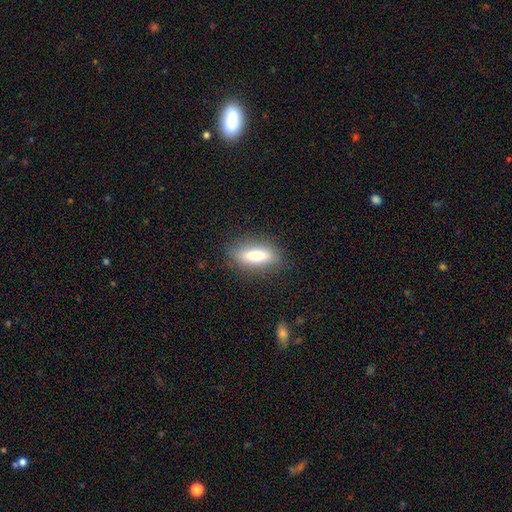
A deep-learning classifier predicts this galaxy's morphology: Smooth or featured: smooth — 70% (featured or disk — 22%)
How rounded: in between — 67% (cigar-shaped — 30%)
Merging: none — 84% (minor disturbance — 11%)